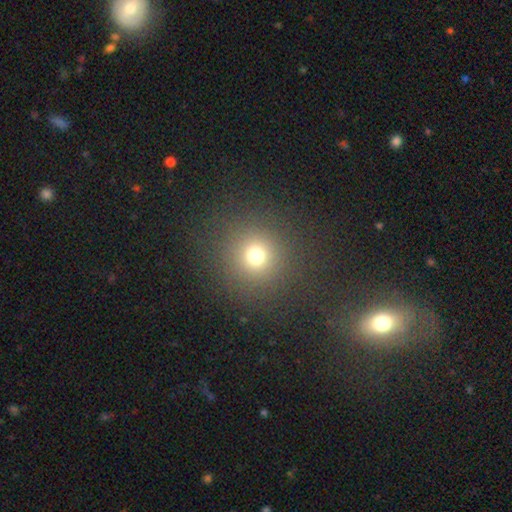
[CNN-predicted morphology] type=smooth (71%); roundness=round (93%); merging=none (87%).